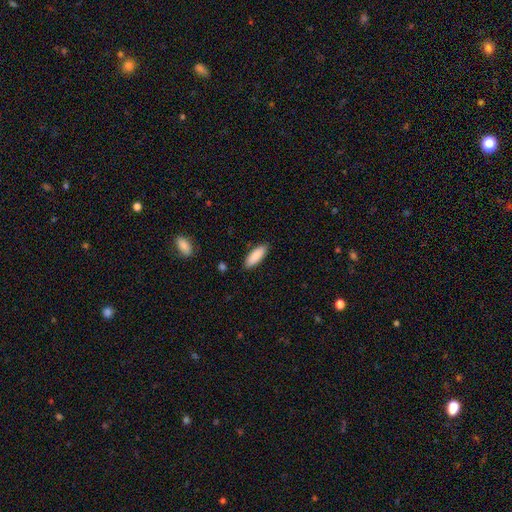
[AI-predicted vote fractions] A smooth galaxy with no disk features (88%) that is in between round and cigar-shaped (67%).

Vote fractions:
- Smooth or featured? smooth: 88% / featured or disk: 6% / star or artifact: 5%
- How rounded? in between: 67% / cigar-shaped: 31% / round: 2%
- Merging? none: 88% / minor disturbance: 9% / major disturbance: 2% / merger: 1%